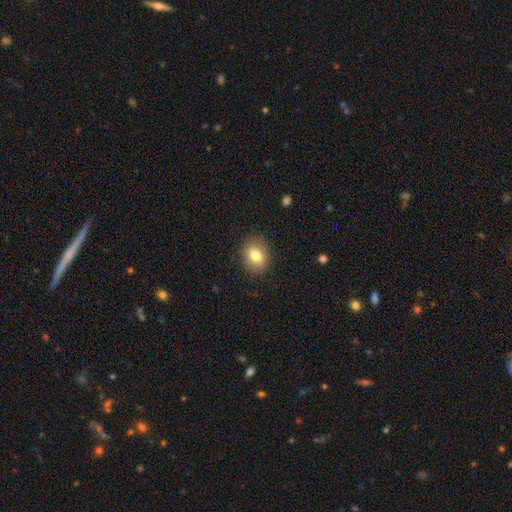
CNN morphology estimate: type=smooth (79%); roundness=in between (56%); merging=none (87%).